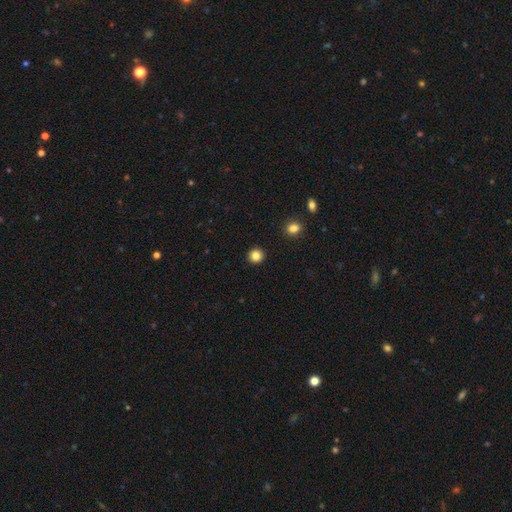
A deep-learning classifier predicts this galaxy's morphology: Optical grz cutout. It shows a smooth galaxy with no disk features (84%) that is round (93%). Merging: none (93%).